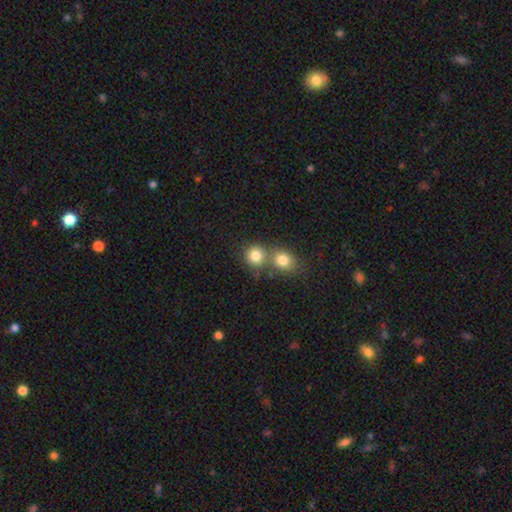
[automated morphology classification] Smooth or featured? Predicted: smooth (p=0.81). How rounded? Predicted: round (p=0.86). Merging? Predicted: merger (p=0.46).